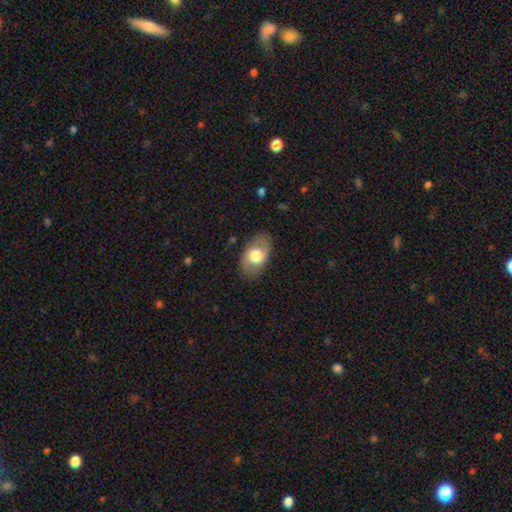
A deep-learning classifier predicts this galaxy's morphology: A smooth galaxy with no disk features (61%) that is in between round and cigar-shaped (88%).

Vote fractions:
- Smooth or featured? smooth: 61% / featured or disk: 32% / star or artifact: 6%
- How rounded? in between: 88% / round: 11% / cigar-shaped: 1%
- Merging? none: 79% / minor disturbance: 15% / major disturbance: 5% / merger: 1%